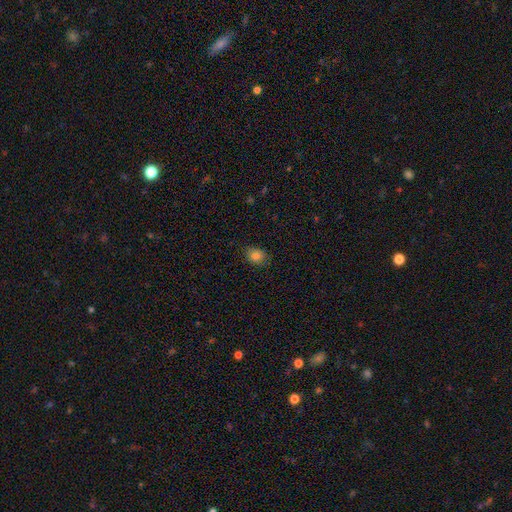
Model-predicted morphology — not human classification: A smooth galaxy with no disk features (83%) that is round (50%).

Vote fractions:
- Smooth or featured? smooth: 83% / star or artifact: 12% / featured or disk: 5%
- How rounded? round: 50% / in between: 49% / cigar-shaped: 1%
- Merging? none: 83% / minor disturbance: 13% / major disturbance: 3% / merger: 1%